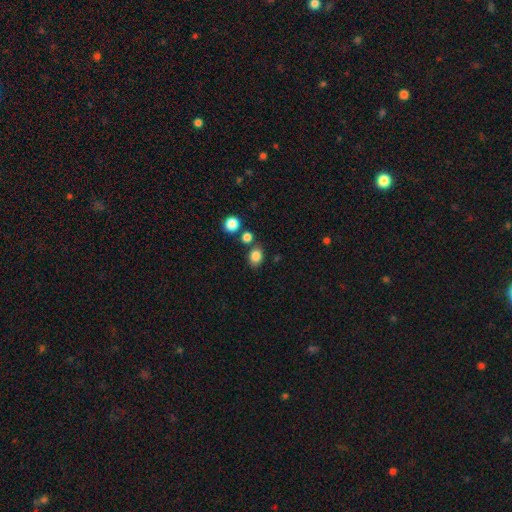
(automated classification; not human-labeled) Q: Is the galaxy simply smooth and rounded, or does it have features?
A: smooth — 84%.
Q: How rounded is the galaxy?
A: in between — 51%.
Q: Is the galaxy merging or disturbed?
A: none — 75%.